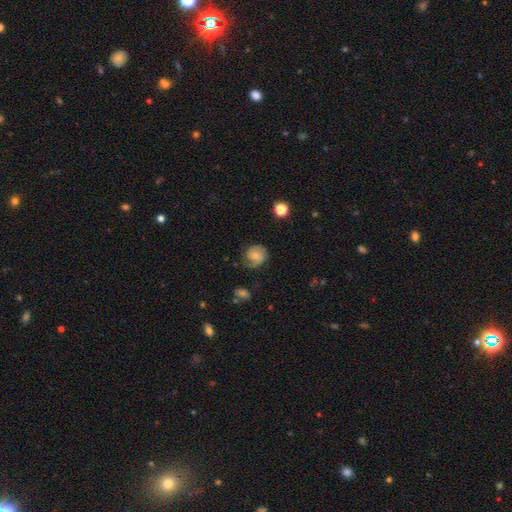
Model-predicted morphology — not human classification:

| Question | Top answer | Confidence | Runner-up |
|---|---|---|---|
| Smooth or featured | featured or disk | 58% | smooth (34%) |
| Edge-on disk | no | 98% | yes (2%) |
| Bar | no | 57% | weak (37%) |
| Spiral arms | yes | 91% | no (9%) |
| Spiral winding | medium | 42% | tight (40%) |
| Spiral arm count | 2 | 61% | 1 (25%) |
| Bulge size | small | 45% | moderate (39%) |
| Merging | none | 68% | minor disturbance (21%) |